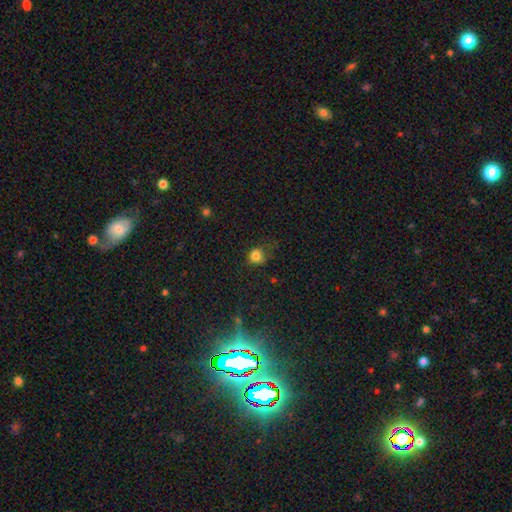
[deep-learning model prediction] Smooth or featured?
  - smooth: 80% *
  - star or artifact: 14%
  - featured or disk: 6%
How rounded?
  - round: 81% *
  - in between: 18%
  - cigar-shaped: 1%
Merging?
  - none: 67% *
  - minor disturbance: 22%
  - major disturbance: 9%
  - merger: 2%